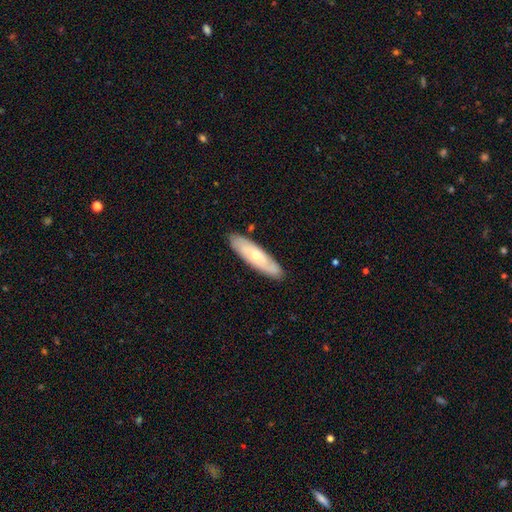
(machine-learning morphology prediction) Smooth or featured: featured or disk — 49% (smooth — 45%)
Merging: none — 86% (minor disturbance — 11%)